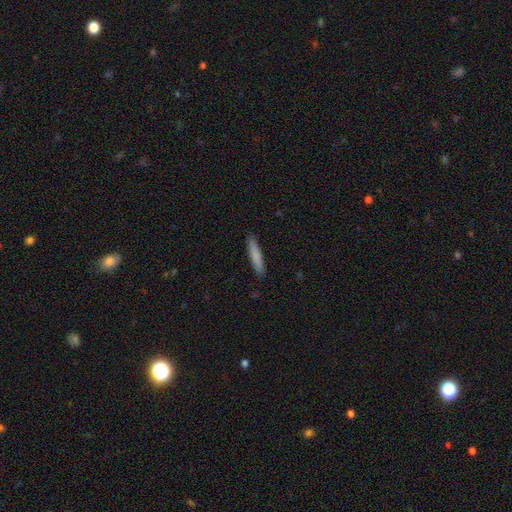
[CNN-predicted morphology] A smooth galaxy with no disk features (81%) that is cigar-shaped (89%). Merging: none (90%).